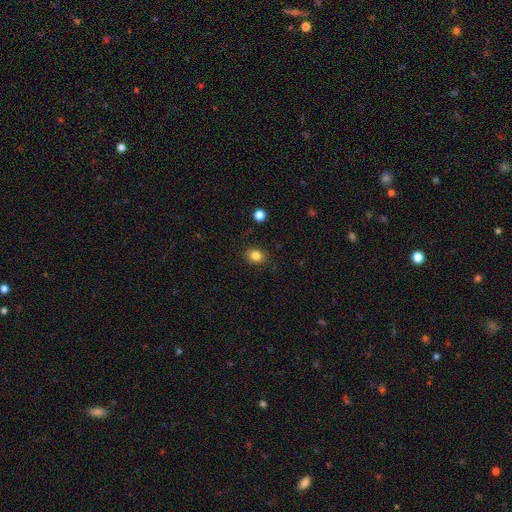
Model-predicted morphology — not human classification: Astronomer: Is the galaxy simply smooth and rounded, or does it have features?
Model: smooth — 83%.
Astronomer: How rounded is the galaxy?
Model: round — 59% (runner-up: in between, 40%).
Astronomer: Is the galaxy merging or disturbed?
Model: none — 86%.